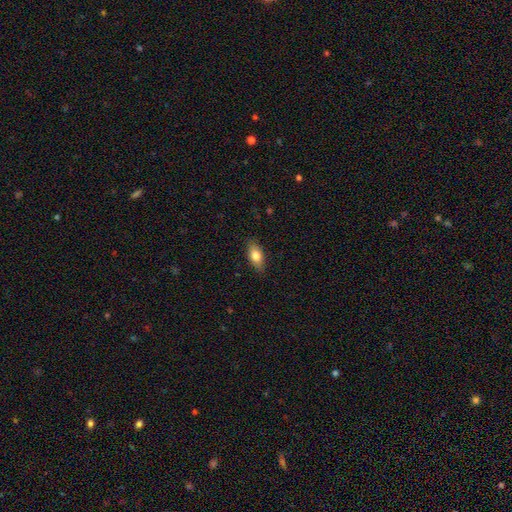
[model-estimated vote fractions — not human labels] Q: Smooth or featured?
A: smooth (80%); runner-up: featured or disk (13%)
Q: How rounded?
A: in between (86%); runner-up: cigar-shaped (9%)
Q: Merging?
A: none (85%); runner-up: minor disturbance (11%)